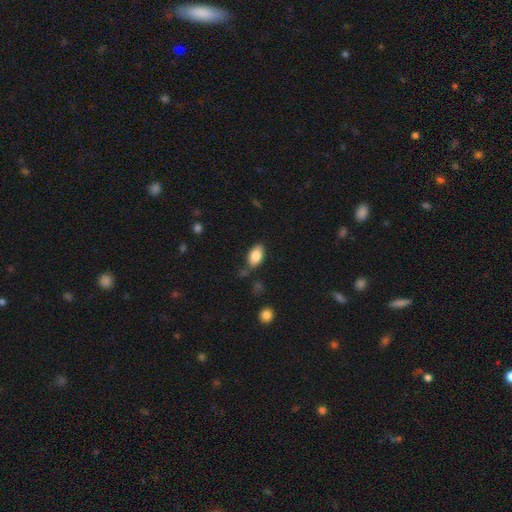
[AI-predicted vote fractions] A smooth galaxy with no disk features (83%) that is in between round and cigar-shaped (92%).

Vote fractions:
- Smooth or featured? smooth: 83% / featured or disk: 10% / star or artifact: 7%
- How rounded? in between: 92% / round: 5% / cigar-shaped: 2%
- Merging? none: 74% / minor disturbance: 17% / merger: 5% / major disturbance: 4%